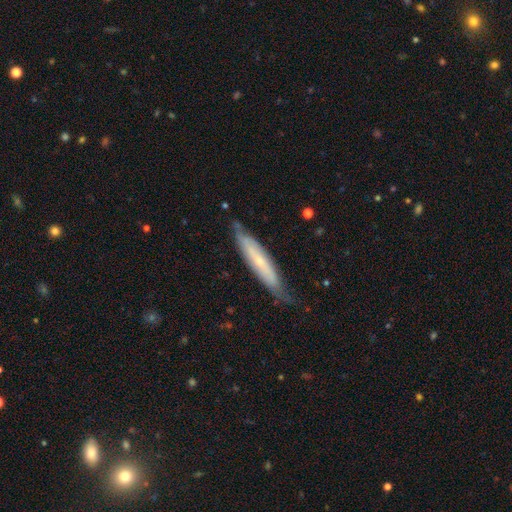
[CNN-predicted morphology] A featured or disk galaxy (52%) viewed edge-on (69%). Merging: none (77%).